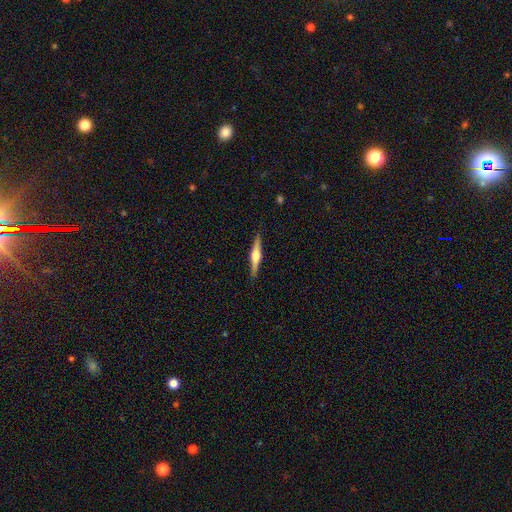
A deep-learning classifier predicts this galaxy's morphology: Smooth or featured?
  - featured or disk: 69% *
  - smooth: 25%
  - star or artifact: 5%
Edge-on disk?
  - yes: 98% *
  - no: 2%
Edge-on bulge?
  - rounded: 93% *
  - boxy: 5%
  - none: 3%
Merging?
  - none: 90% *
  - minor disturbance: 7%
  - major disturbance: 1%
  - merger: 1%